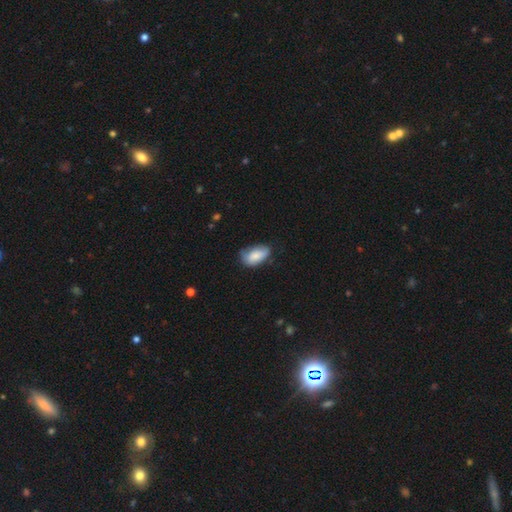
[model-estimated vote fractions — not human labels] Overall: smooth (80%). How rounded: in between (93%). Merging: none (54%; minor disturbance 36%).